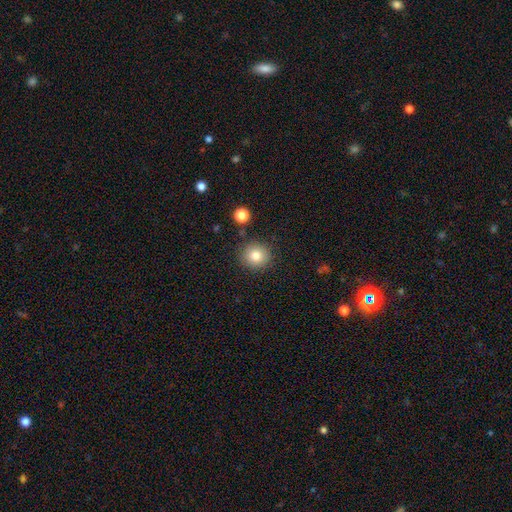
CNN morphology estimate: smooth_or_featured: smooth (p=0.81) [alt: star or artifact p=0.11]
how_rounded: round (p=0.90) [alt: in between p=0.09]
merging: none (p=0.87) [alt: minor disturbance p=0.08]